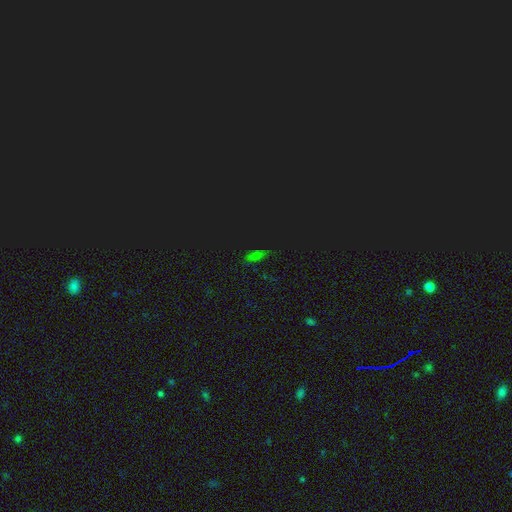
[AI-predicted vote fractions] This appears to be a star or artifact, not a galaxy (47%).